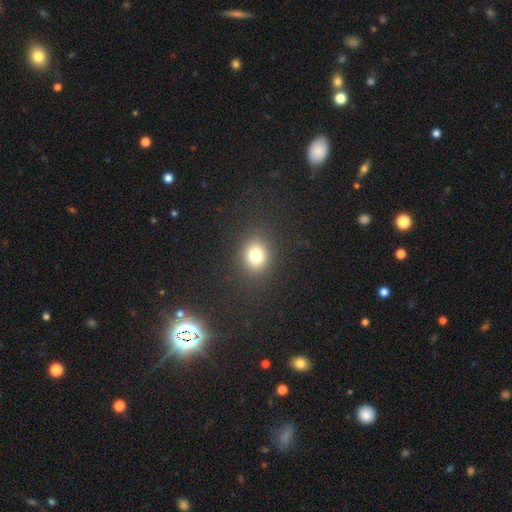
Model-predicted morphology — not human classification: Q: Smooth or featured?
A: smooth (77%); runner-up: star or artifact (15%)
Q: How rounded?
A: round (70%); runner-up: in between (29%)
Q: Merging?
A: none (88%); runner-up: minor disturbance (7%)